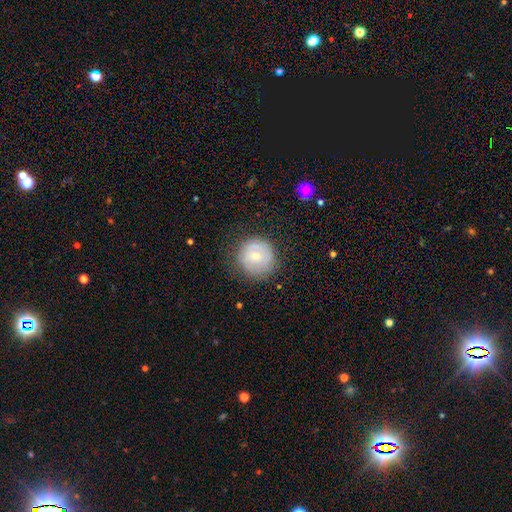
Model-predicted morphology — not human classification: Smooth or featured?
  - smooth: 57% *
  - featured or disk: 35%
  - star or artifact: 8%
How rounded?
  - round: 94% *
  - in between: 5%
  - cigar-shaped: 1%
Merging?
  - none: 78% *
  - minor disturbance: 15%
  - major disturbance: 6%
  - merger: 1%